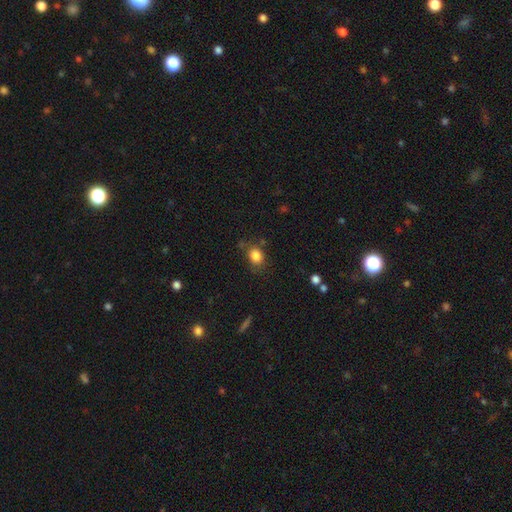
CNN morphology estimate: Smooth or featured: smooth — 84% (star or artifact — 10%)
How rounded: round — 50% (in between — 48%)
Merging: none — 71% (minor disturbance — 19%)